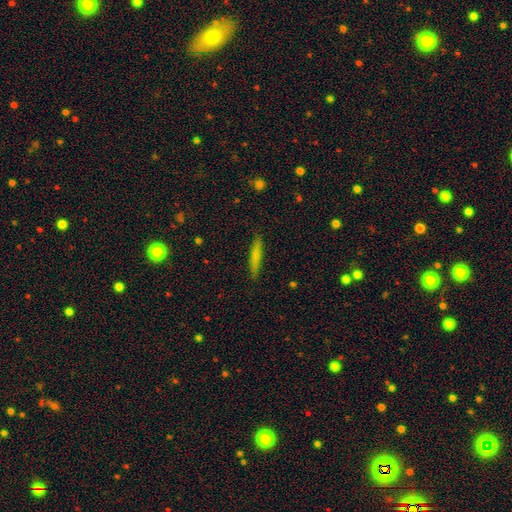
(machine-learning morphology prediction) Smooth or featured: smooth — 73% (featured or disk — 20%)
How rounded: cigar-shaped — 93% (in between — 5%)
Merging: none — 89% (minor disturbance — 8%)